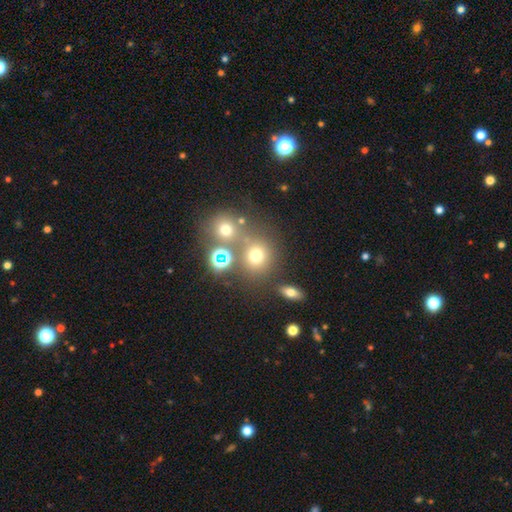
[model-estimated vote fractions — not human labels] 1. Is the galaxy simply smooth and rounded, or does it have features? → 67% smooth, 22% star or artifact, 11% featured or disk.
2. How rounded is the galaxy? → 81% round, 18% in between, 1% cigar-shaped.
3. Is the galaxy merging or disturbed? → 62% none, 22% merger, 11% minor disturbance, 6% major disturbance.